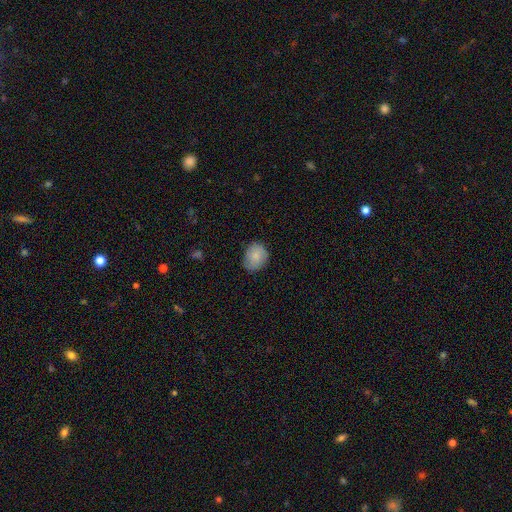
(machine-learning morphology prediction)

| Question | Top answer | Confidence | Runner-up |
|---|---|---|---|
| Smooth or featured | smooth | 84% | featured or disk (9%) |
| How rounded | round | 53% | in between (46%) |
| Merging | none | 75% | minor disturbance (20%) |